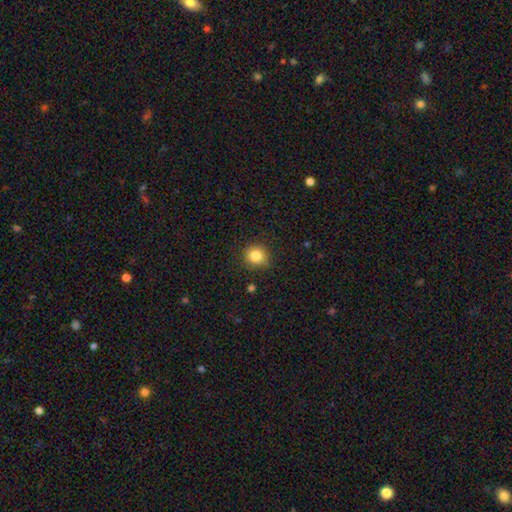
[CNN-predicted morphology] type=smooth (84%); roundness=round (87%); merging=none (85%).